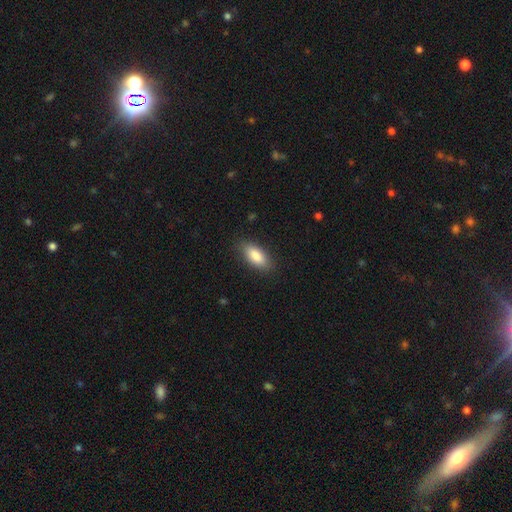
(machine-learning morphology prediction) The model was most divided on "how rounded": in between: 83%, cigar-shaped: 15%, round: 2%. More confident: smooth or featured — smooth (86%); merging — none (84%).